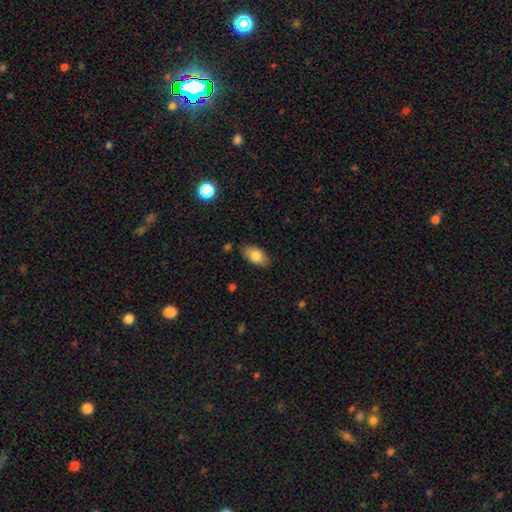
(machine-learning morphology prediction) Smooth or featured? smooth (79%)
How rounded? in between (93%)
Merging? none (84%)